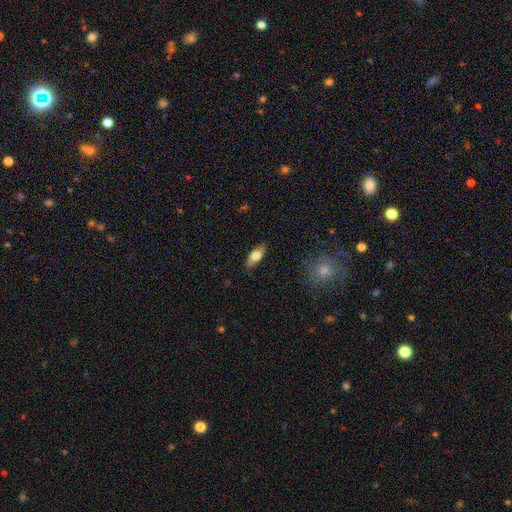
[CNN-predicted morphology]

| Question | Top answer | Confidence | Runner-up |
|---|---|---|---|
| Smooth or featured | smooth | 65% | featured or disk (28%) |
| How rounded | in between | 71% | cigar-shaped (26%) |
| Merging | none | 84% | minor disturbance (12%) |